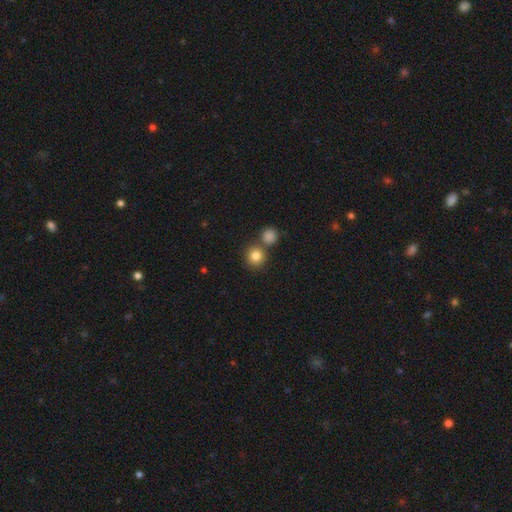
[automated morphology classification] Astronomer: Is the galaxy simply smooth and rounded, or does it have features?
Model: smooth — 83%.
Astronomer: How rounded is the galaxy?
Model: round — 91%.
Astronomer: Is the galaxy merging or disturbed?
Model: none — 67%.